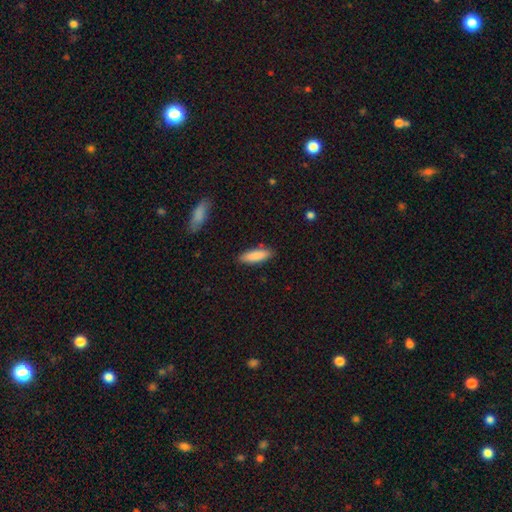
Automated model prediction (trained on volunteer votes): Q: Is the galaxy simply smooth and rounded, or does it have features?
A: smooth — 87%.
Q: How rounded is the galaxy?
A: cigar-shaped — 51%.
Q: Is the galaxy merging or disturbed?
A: none — 87%.